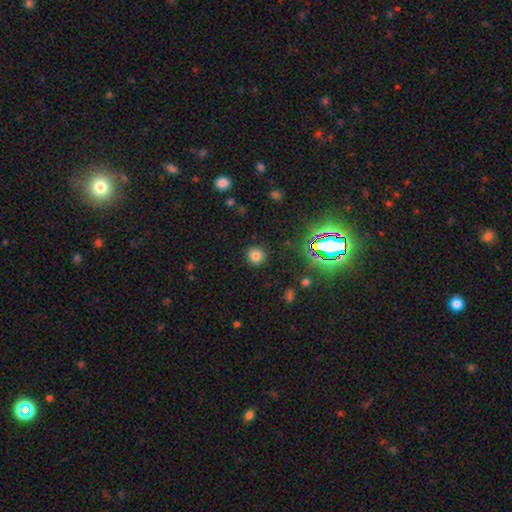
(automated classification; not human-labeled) smooth_or_featured: smooth (p=0.76) [alt: star or artifact p=0.18]
how_rounded: round (p=0.92) [alt: in between p=0.07]
merging: none (p=0.90) [alt: minor disturbance p=0.06]